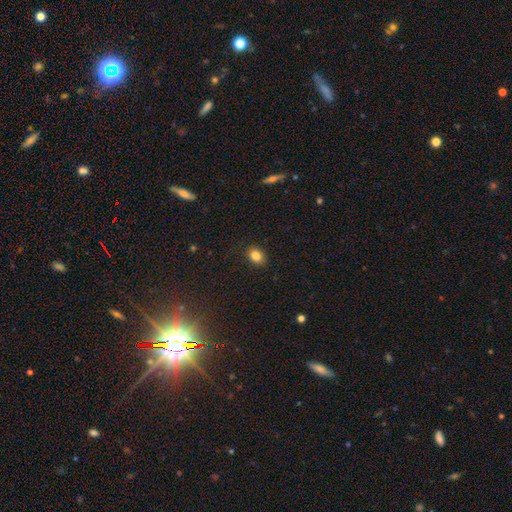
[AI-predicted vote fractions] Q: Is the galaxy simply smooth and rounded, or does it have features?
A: smooth — 84%.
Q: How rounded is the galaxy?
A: in between — 57%.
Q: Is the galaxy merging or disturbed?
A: none — 88%.